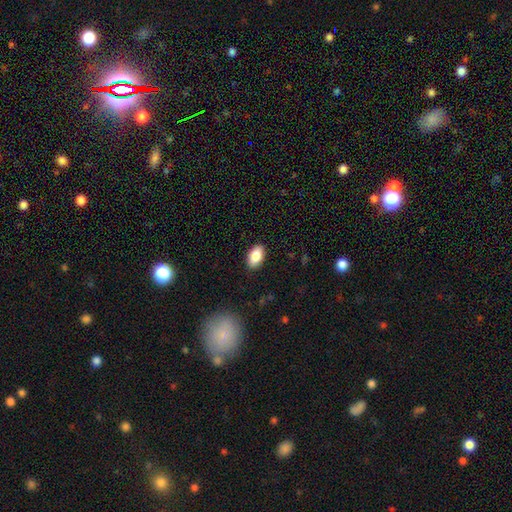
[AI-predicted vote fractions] Smooth or featured? Predicted: smooth (p=0.87). How rounded? Predicted: in between (p=0.93). Merging? Predicted: none (p=0.88).